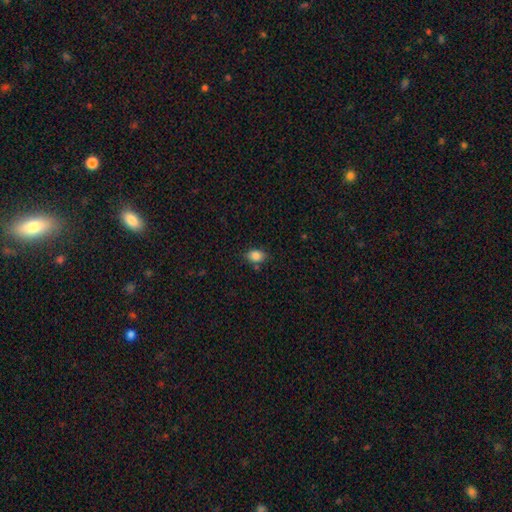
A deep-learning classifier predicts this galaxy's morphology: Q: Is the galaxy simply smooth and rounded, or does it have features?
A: smooth — 86%.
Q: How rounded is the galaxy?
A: in between — 74%.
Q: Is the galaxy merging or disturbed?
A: none — 76%.